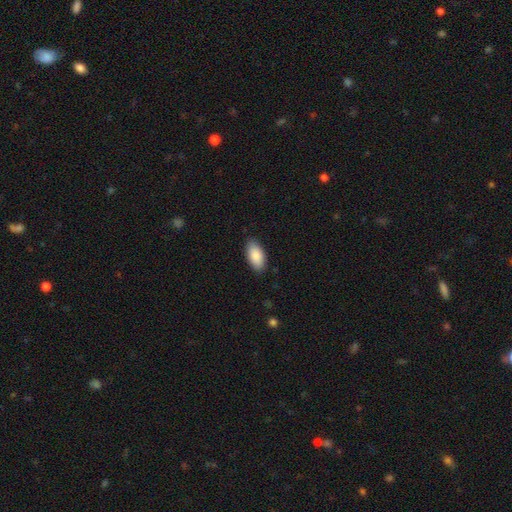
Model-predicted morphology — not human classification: Smooth or featured: smooth — 88% (featured or disk — 6%)
How rounded: in between — 93% (cigar-shaped — 4%)
Merging: none — 87% (minor disturbance — 10%)